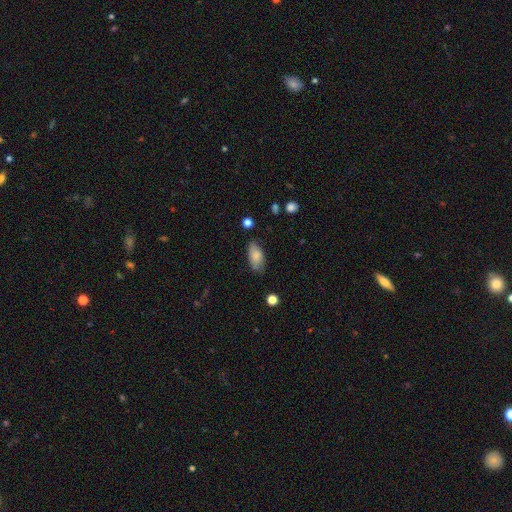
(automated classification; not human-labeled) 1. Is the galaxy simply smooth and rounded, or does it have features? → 81% smooth, 12% featured or disk, 7% star or artifact.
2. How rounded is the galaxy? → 91% in between, 6% cigar-shaped, 3% round.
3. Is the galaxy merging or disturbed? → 74% none, 20% minor disturbance, 4% major disturbance, 2% merger.